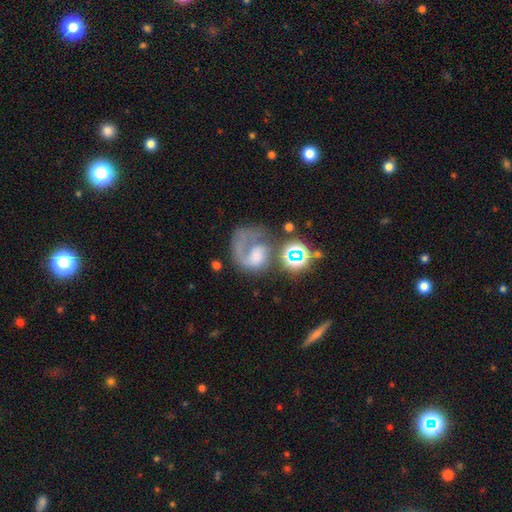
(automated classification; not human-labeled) Smooth or featured?
  - featured or disk: 63% *
  - smooth: 24%
  - star or artifact: 13%
Edge-on disk?
  - no: 98% *
  - yes: 2%
Bar?
  - no: 71% *
  - weak: 23%
  - strong: 6%
Spiral arms?
  - yes: 77% *
  - no: 23%
Bulge size?
  - moderate: 30% *
  - none: 27%
  - large: 19%
  - small: 18%
  - dominant: 5%
Merging?
  - major disturbance: 38% *
  - none: 32%
  - minor disturbance: 15%
  - merger: 15%